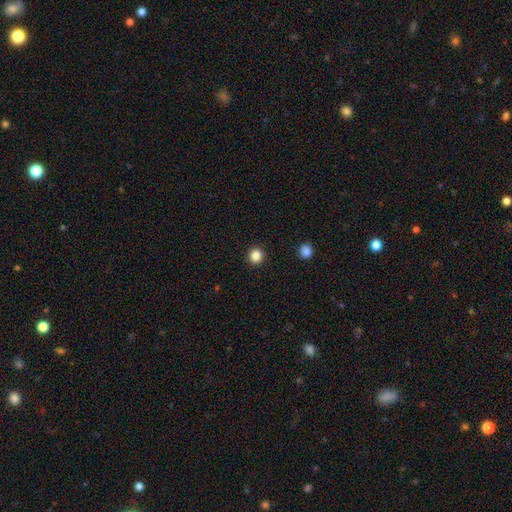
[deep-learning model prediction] A smooth galaxy with no disk features (85%) that is round (92%).

Vote fractions:
- Smooth or featured? smooth: 85% / star or artifact: 11% / featured or disk: 3%
- How rounded? round: 92% / in between: 7% / cigar-shaped: 1%
- Merging? none: 93% / minor disturbance: 4% / major disturbance: 2% / merger: 1%